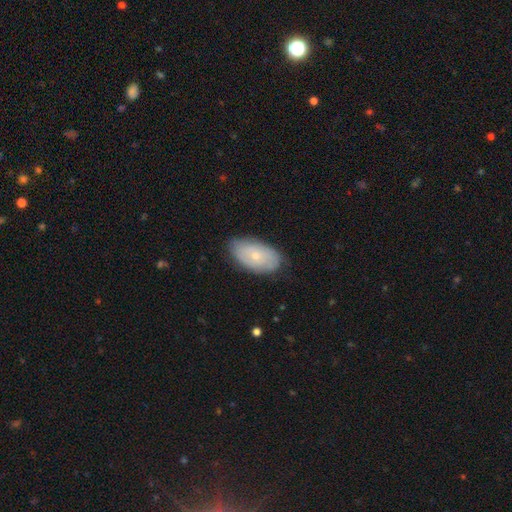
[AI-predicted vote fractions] Smooth or featured? Predicted: smooth (p=0.60). How rounded? Predicted: in between (p=0.94). Merging? Predicted: none (p=0.80).